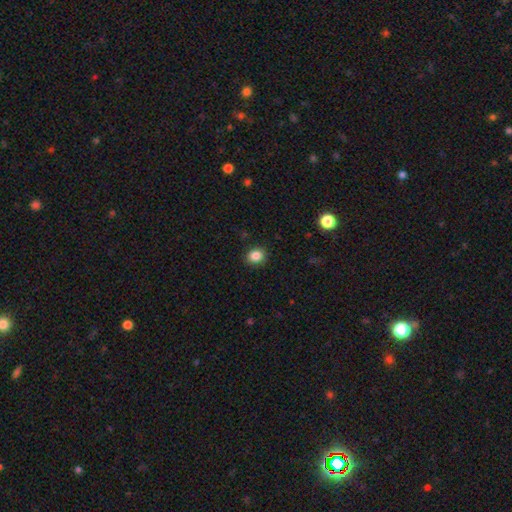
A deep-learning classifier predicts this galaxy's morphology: Smooth or featured?
  - smooth: 85% *
  - star or artifact: 10%
  - featured or disk: 4%
How rounded?
  - round: 73% *
  - in between: 26%
  - cigar-shaped: 1%
Merging?
  - none: 90% *
  - minor disturbance: 7%
  - major disturbance: 2%
  - merger: 1%